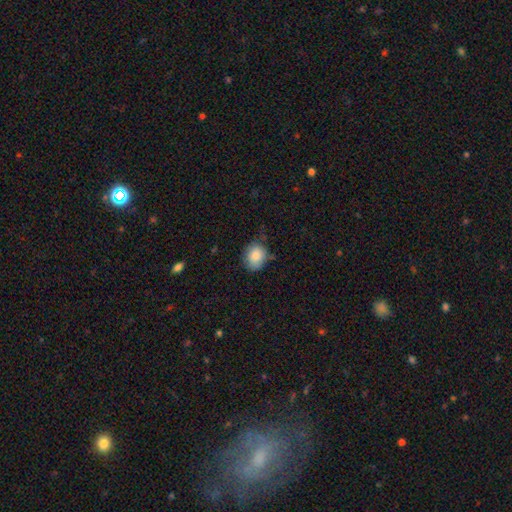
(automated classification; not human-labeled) smooth_or_featured: smooth (p=0.86) [alt: star or artifact p=0.08]
how_rounded: round (p=0.59) [alt: in between p=0.41]
merging: none (p=0.67) [alt: minor disturbance p=0.26]